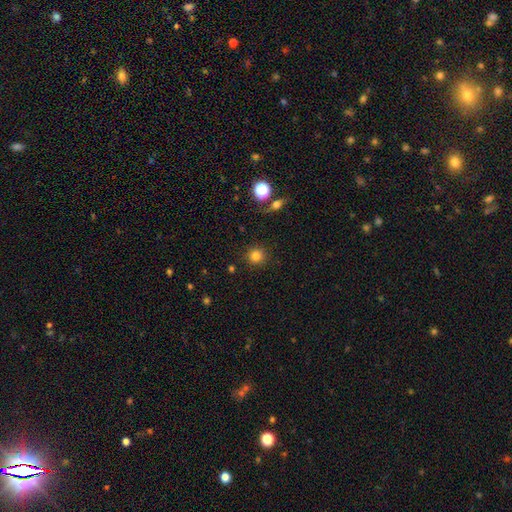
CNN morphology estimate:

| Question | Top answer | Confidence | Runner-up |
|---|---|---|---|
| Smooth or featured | smooth | 81% | star or artifact (13%) |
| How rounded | round | 93% | in between (6%) |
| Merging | none | 89% | minor disturbance (7%) |